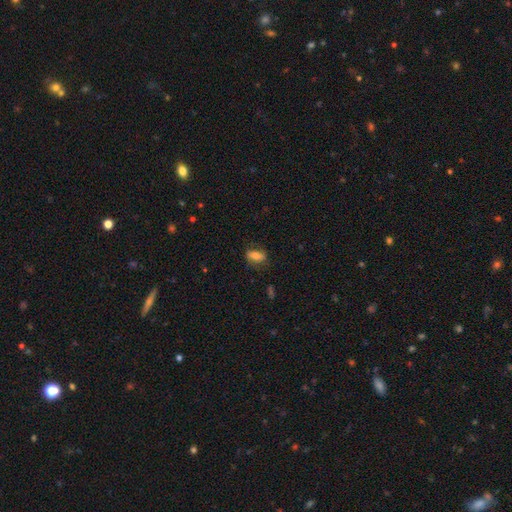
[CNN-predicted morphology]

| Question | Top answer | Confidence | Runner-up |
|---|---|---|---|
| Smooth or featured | smooth | 71% | featured or disk (20%) |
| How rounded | in between | 78% | cigar-shaped (17%) |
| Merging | none | 73% | minor disturbance (19%) |